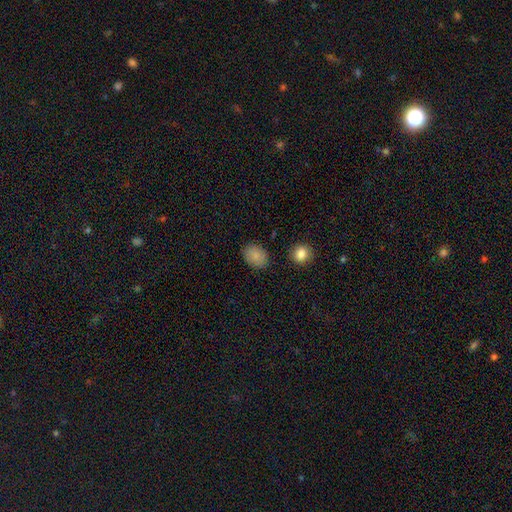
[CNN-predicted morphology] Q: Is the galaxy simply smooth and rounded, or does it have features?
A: smooth — 86%.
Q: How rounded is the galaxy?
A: in between — 68%.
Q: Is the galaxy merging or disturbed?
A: none — 85%.